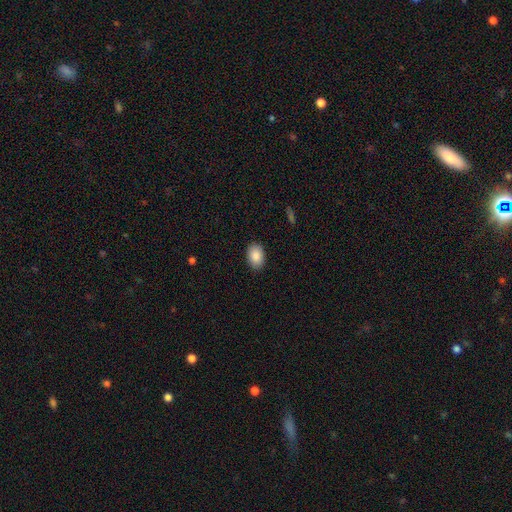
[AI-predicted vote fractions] The model was most divided on "how rounded": in between: 86%, round: 13%, cigar-shaped: 1%. More confident: merging — none (89%); smooth or featured — smooth (88%).